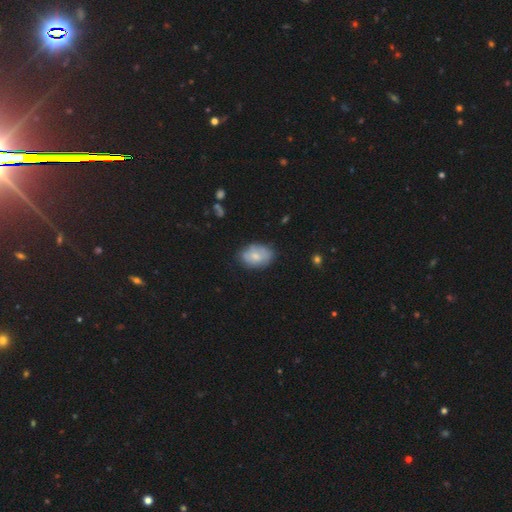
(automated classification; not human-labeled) This appears to be a smooth galaxy with no disk features (69%) that is in between round and cigar-shaped (83%). Merging: none (68%).